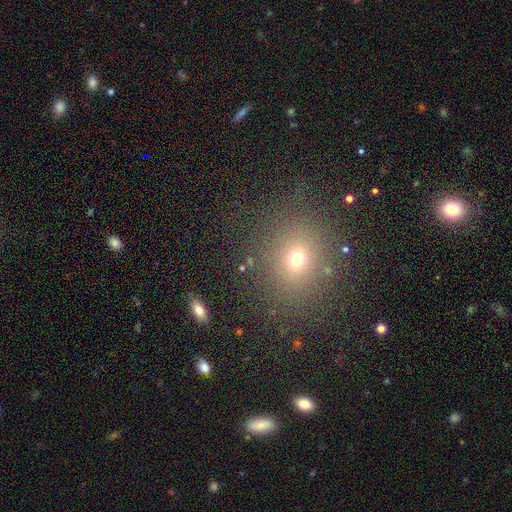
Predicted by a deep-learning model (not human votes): smooth-or-featured: smooth: 59% | star or artifact: 31% | featured or disk: 10%
  how-rounded: round: 67% | in between: 31% | cigar-shaped: 1%
  merging: none: 87% | minor disturbance: 8% | major disturbance: 3% | merger: 2%